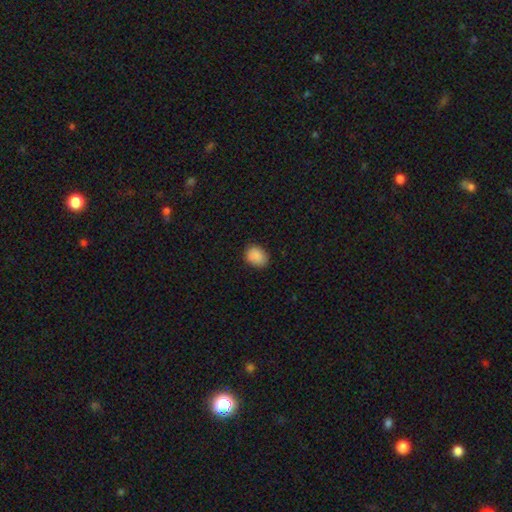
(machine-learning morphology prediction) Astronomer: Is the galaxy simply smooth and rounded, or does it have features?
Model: smooth — 89%.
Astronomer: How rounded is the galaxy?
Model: in between — 58% (runner-up: round, 41%).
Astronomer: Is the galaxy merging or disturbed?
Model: none — 84%.